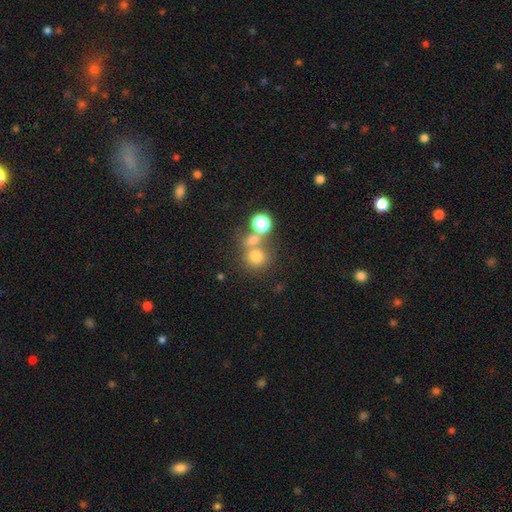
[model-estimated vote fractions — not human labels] A smooth galaxy with no disk features (70%) that is round (84%).

Vote fractions:
- Smooth or featured? smooth: 70% / star or artifact: 19% / featured or disk: 11%
- How rounded? round: 84% / in between: 15% / cigar-shaped: 1%
- Merging? none: 52% / merger: 34% / minor disturbance: 9% / major disturbance: 5%